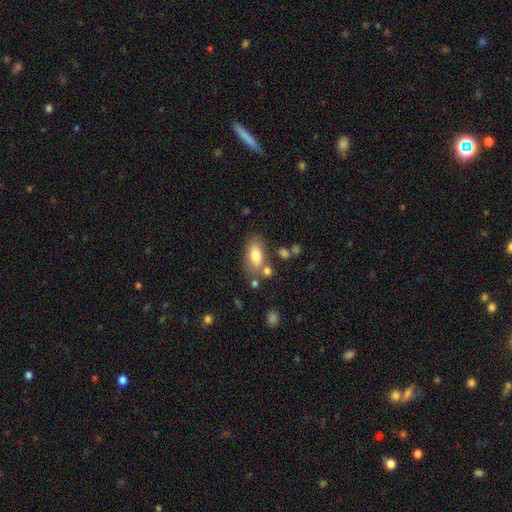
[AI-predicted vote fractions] This is likely a smooth galaxy (77%). How rounded: clearly in between (89%). Merging: likely none (67%).